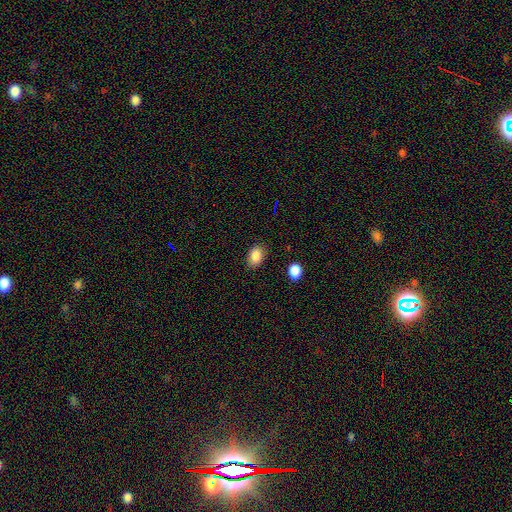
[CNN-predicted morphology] This appears to be a smooth galaxy with no disk features (87%) that is in between round and cigar-shaped (80%). Merging: none (81%).